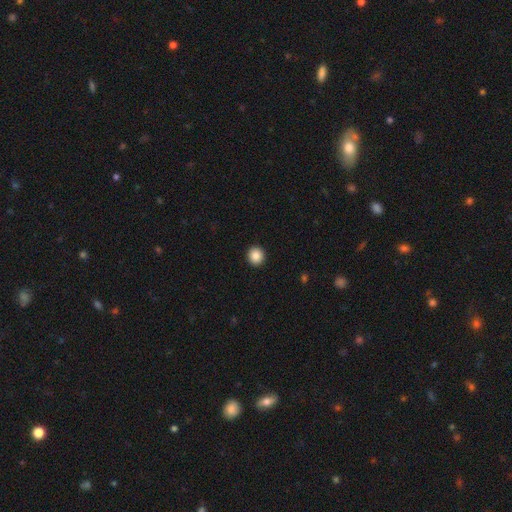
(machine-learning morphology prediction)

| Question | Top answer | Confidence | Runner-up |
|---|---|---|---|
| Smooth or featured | smooth | 87% | star or artifact (9%) |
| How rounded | round | 91% | in between (8%) |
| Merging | none | 93% | minor disturbance (4%) |